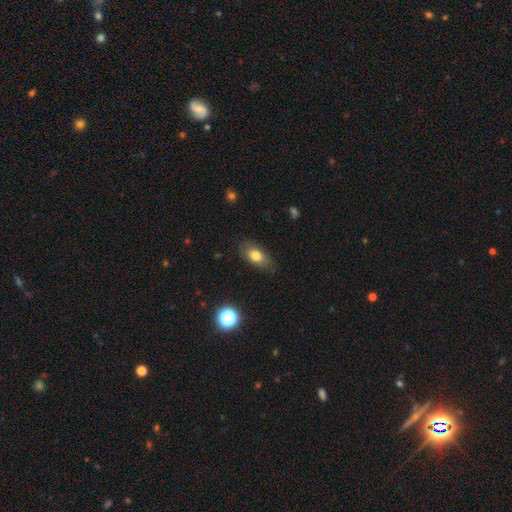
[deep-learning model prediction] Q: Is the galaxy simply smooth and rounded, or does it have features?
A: smooth — 77%.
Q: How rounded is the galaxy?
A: in between — 88%.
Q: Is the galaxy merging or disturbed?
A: none — 81%.